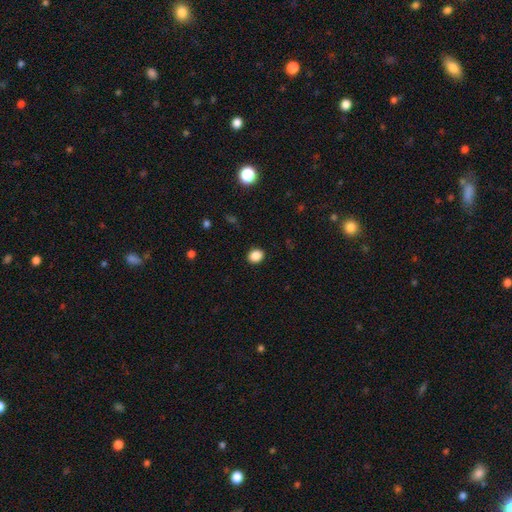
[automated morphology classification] Smooth or featured?
  - smooth: 87% *
  - star or artifact: 10%
  - featured or disk: 3%
How rounded?
  - round: 64% *
  - in between: 35%
  - cigar-shaped: 1%
Merging?
  - none: 91% *
  - minor disturbance: 6%
  - major disturbance: 2%
  - merger: 1%